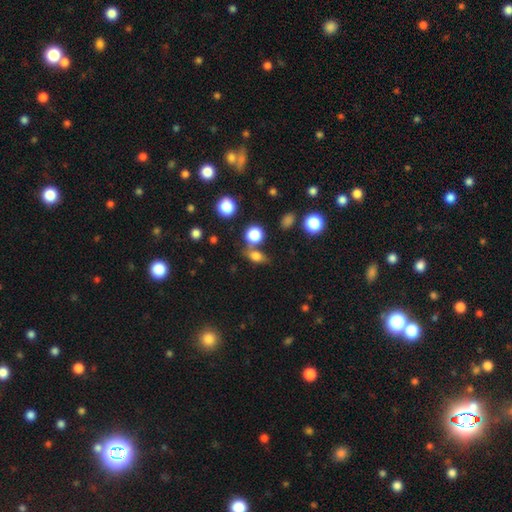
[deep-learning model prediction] Smooth or featured?
  - smooth: 76% *
  - star or artifact: 14%
  - featured or disk: 11%
How rounded?
  - in between: 57% *
  - round: 37%
  - cigar-shaped: 6%
Merging?
  - none: 57% *
  - merger: 24%
  - minor disturbance: 13%
  - major disturbance: 6%